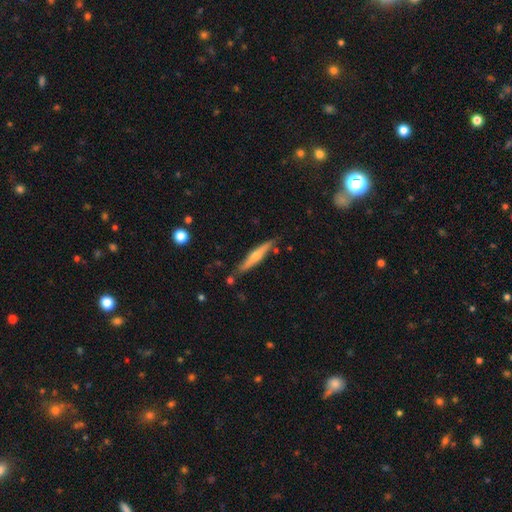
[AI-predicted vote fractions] smooth_or_featured: featured or disk (p=0.65) [alt: smooth p=0.28]
disk_edge_on: yes (p=0.95) [alt: no p=0.05]
edge_on_bulge: rounded (p=0.80) [alt: none p=0.13]
merging: none (p=0.83) [alt: minor disturbance p=0.12]